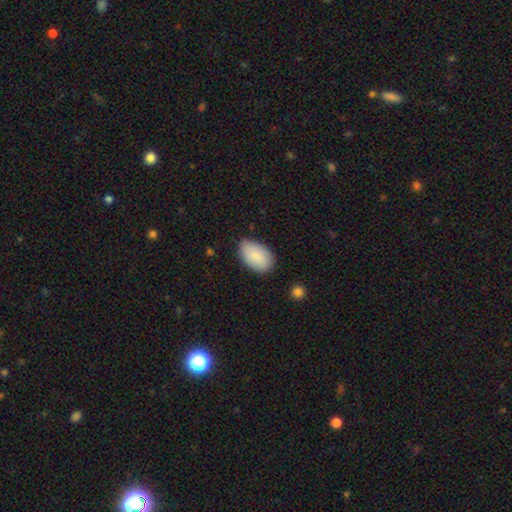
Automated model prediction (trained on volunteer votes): Overall: smooth (86%). How rounded: in between (94%). Merging: none (82%).